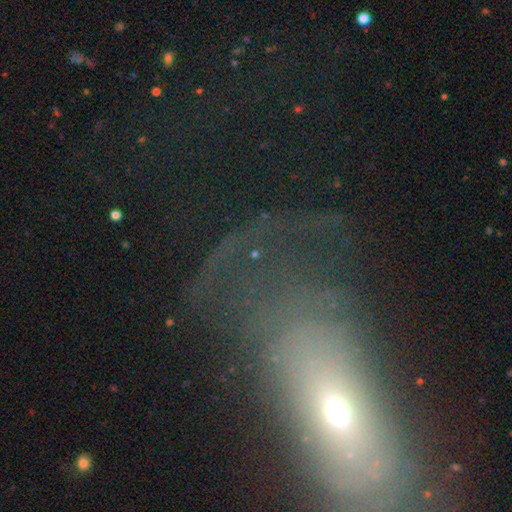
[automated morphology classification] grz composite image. It shows a featured or disk galaxy (41%). Merging: none (46%).